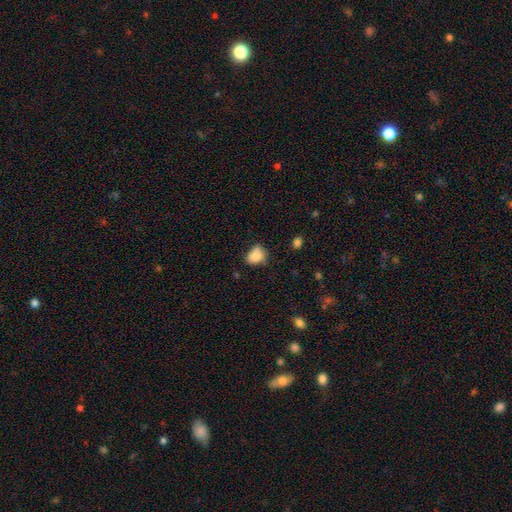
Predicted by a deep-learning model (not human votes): A smooth galaxy with no disk features (82%) that is in between round and cigar-shaped (61%).

Vote fractions:
- Smooth or featured? smooth: 82% / star or artifact: 10% / featured or disk: 9%
- How rounded? in between: 61% / round: 38% / cigar-shaped: 1%
- Merging? none: 50% / minor disturbance: 33% / major disturbance: 9% / merger: 7%